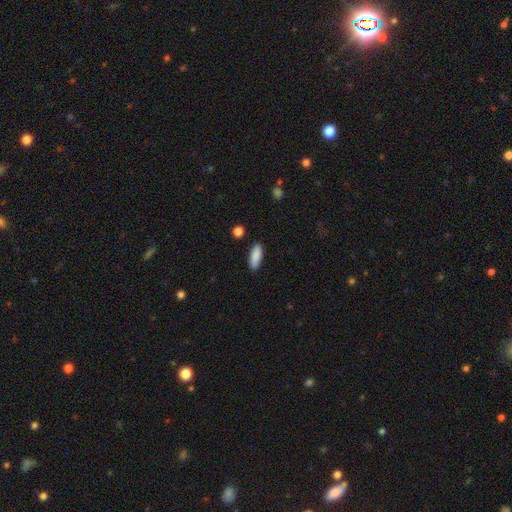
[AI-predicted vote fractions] Morphology: type=smooth (89%); roundness=in between (66%); merging=none (88%).